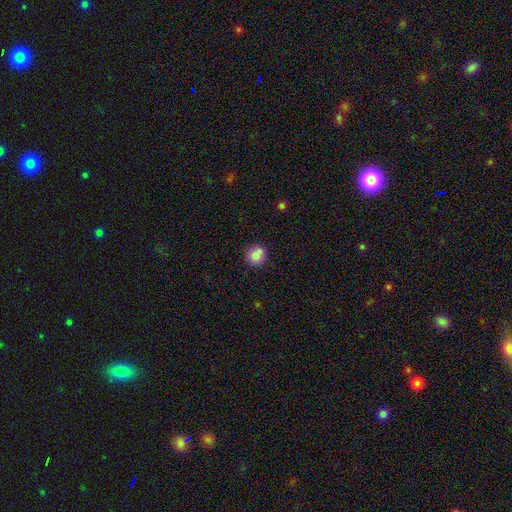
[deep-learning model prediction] Smooth or featured? Predicted: smooth (p=0.78). How rounded? Predicted: round (p=0.91). Merging? Predicted: none (p=0.66).